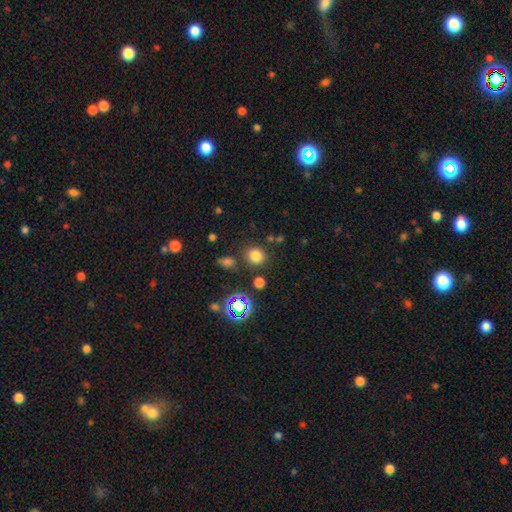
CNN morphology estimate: This is likely a smooth galaxy (75%). How rounded: clearly round (87%). Merging: clearly none (81%).